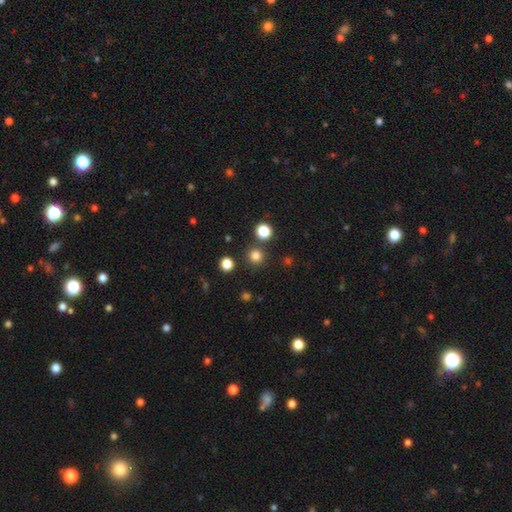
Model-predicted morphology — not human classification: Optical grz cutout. It shows a smooth galaxy with no disk features (81%) that is round (95%). Merging: none (87%).